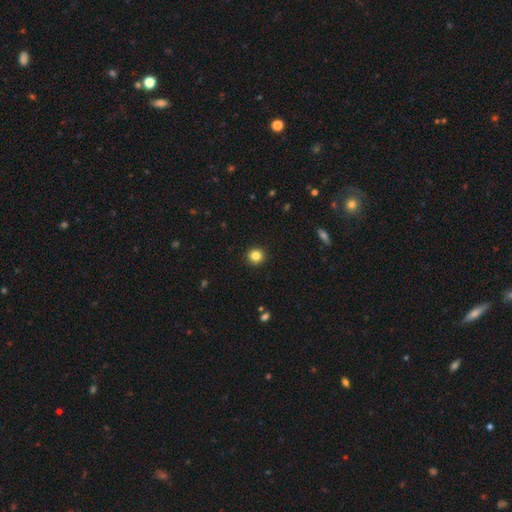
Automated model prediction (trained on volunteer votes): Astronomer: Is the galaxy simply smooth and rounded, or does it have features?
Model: smooth — 84%.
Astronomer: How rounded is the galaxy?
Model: round — 93%.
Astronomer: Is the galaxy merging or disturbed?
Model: none — 93%.